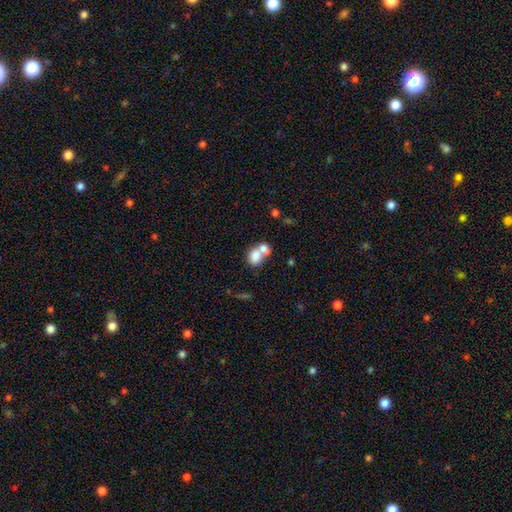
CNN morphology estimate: The model was most divided on "how rounded": in between: 59%, round: 40%, cigar-shaped: 1%. More confident: smooth or featured — smooth (76%); merging — merger (64%).